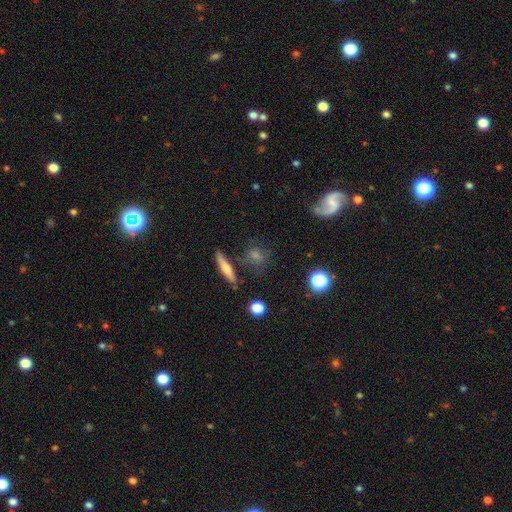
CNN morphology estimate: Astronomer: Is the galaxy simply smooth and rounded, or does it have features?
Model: smooth — 48% (runner-up: featured or disk, 33%).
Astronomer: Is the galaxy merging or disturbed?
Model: none — 73%.